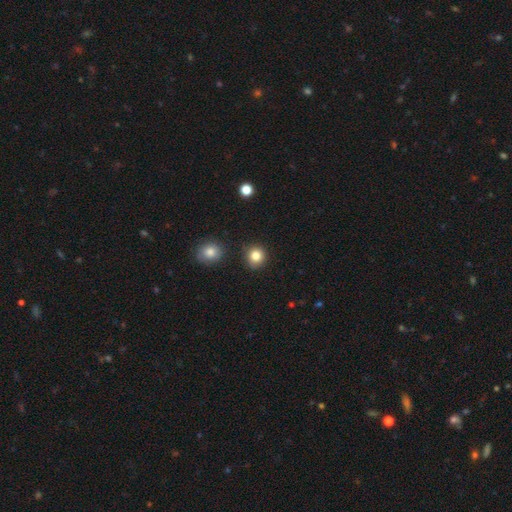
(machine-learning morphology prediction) Smooth or featured? smooth (83%)
How rounded? round (89%)
Merging? none (85%)